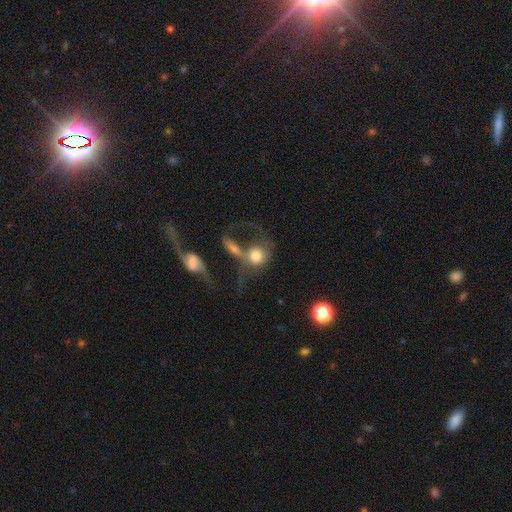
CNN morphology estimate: type=smooth (52%); roundness=round (62%); merging=merger (56%).